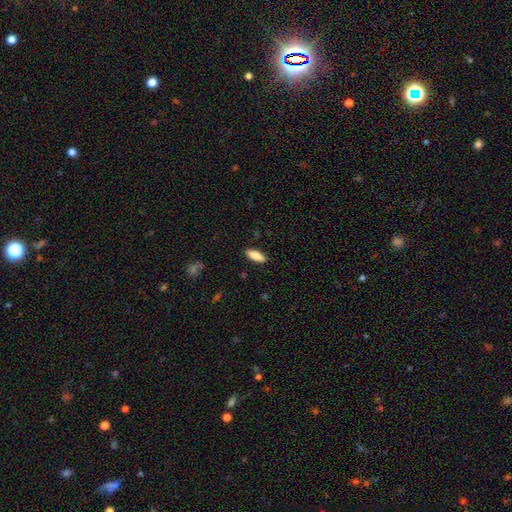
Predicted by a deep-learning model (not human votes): smooth 86%, featured or disk 8%, star or artifact 6%. Down the decision tree: how rounded — in between (64%); merging — none (88%).